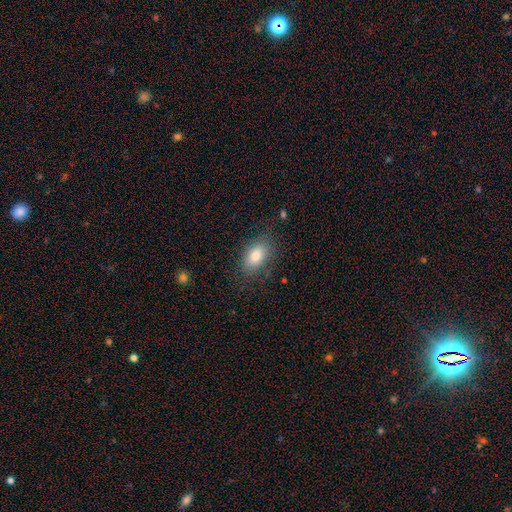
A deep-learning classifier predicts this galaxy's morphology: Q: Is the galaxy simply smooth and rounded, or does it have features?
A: smooth — 79%.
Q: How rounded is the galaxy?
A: in between — 88%.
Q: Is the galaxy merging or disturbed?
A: none — 79%.